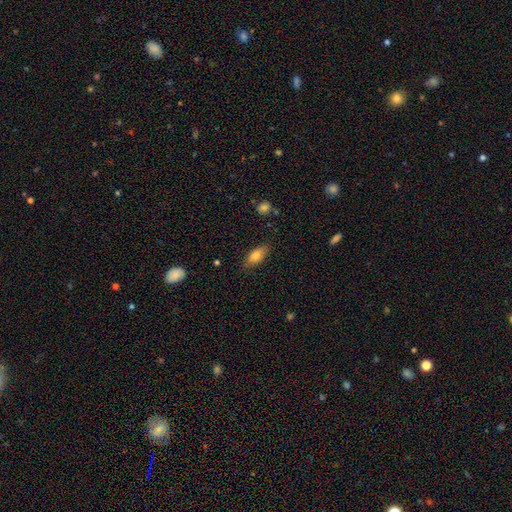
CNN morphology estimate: The model was most divided on "smooth or featured": smooth: 77%, featured or disk: 15%, star or artifact: 7%. More confident: how rounded — in between (85%); merging — none (80%).